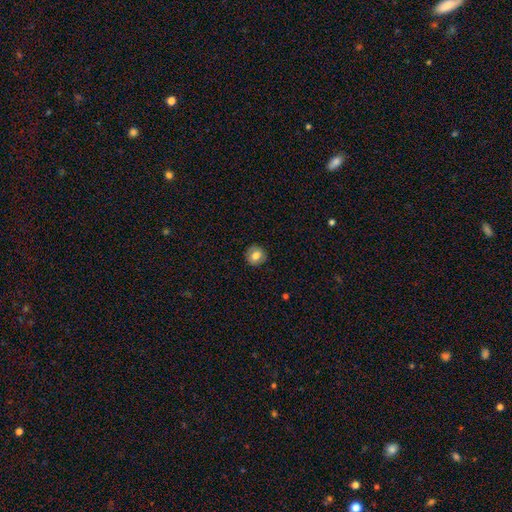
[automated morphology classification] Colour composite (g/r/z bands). It shows a smooth galaxy with no disk features (75%) that is round (88%). Merging: none (88%).